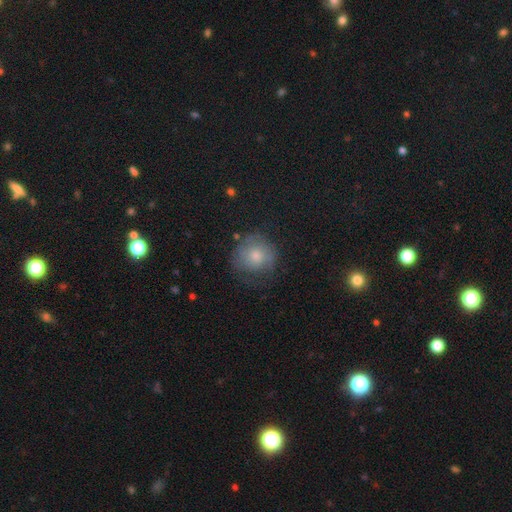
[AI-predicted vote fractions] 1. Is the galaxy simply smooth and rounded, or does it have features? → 68% smooth, 24% featured or disk, 8% star or artifact.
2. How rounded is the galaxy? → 88% round, 11% in between, 1% cigar-shaped.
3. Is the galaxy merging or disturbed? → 61% none, 24% minor disturbance, 13% major disturbance, 2% merger.